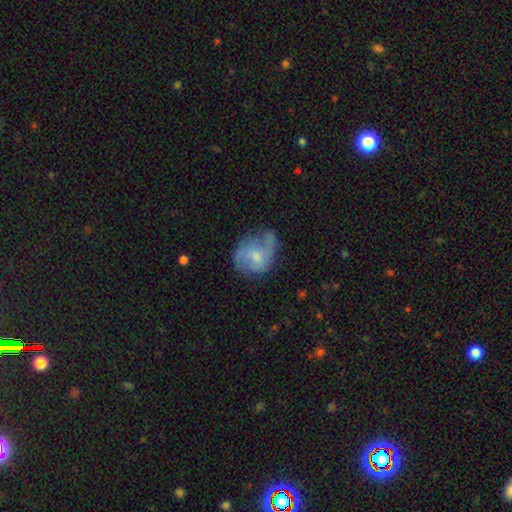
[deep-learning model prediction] featured or disk 50%, smooth 42%, star or artifact 8%. Down the decision tree: edge-on disk — no (97%); merging — none (39%).